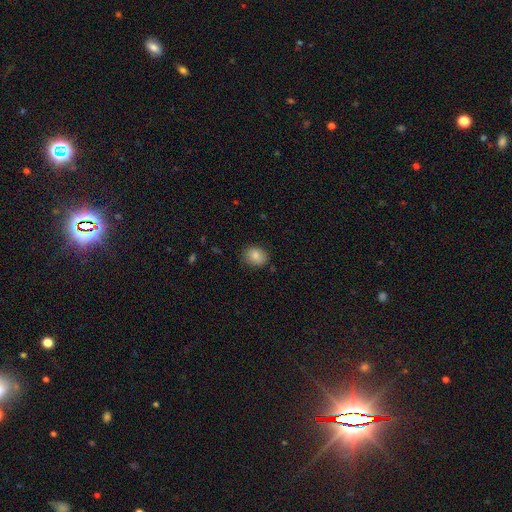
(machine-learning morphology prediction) A smooth galaxy with no disk features (85%) that is round (51%). Merging: none (82%).